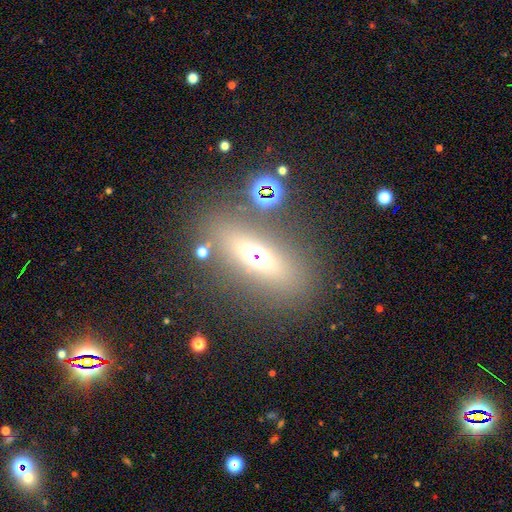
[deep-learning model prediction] Overall: smooth (48%; star or artifact 26%). Merging: none (78%).